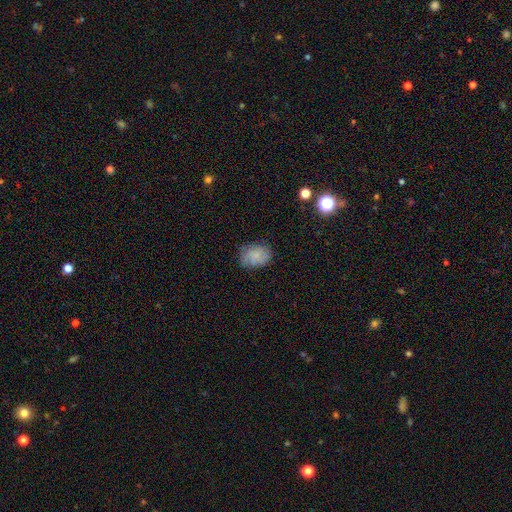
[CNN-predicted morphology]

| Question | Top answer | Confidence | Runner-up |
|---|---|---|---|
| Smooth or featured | smooth | 67% | featured or disk (23%) |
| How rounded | in between | 62% | round (37%) |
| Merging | none | 69% | minor disturbance (23%) |